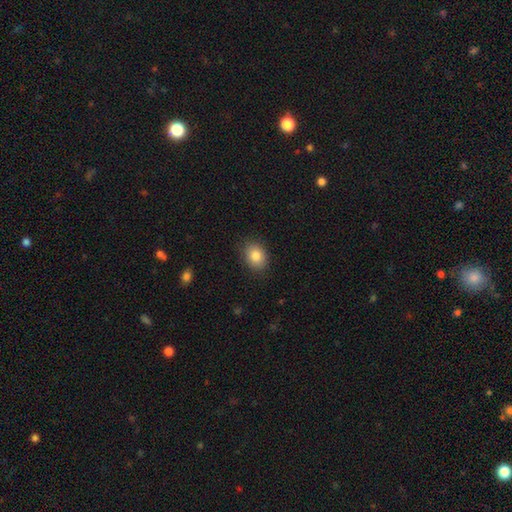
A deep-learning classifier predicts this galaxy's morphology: Overall: smooth (84%). How rounded: in between (62%; round 37%). Merging: none (86%).